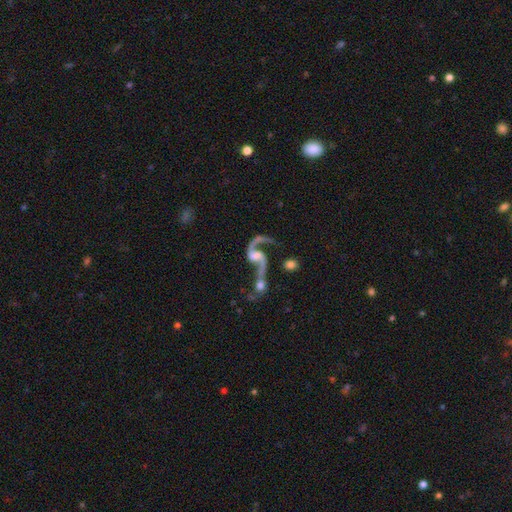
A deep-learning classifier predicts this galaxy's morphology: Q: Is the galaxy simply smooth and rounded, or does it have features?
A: featured or disk — 86%.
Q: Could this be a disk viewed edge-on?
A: no — 97%.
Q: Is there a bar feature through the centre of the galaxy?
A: no — 45%.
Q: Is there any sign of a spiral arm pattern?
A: yes — 94%.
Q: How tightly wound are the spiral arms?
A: loose — 82%.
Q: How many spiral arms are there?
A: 2 — 88%.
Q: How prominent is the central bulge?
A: moderate — 31%.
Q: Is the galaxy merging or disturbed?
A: merger — 44%.